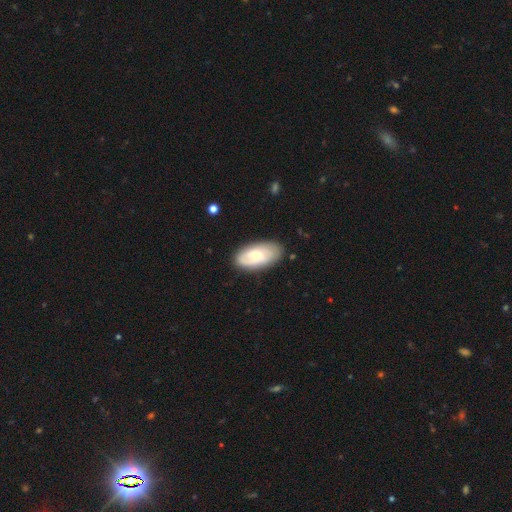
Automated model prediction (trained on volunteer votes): A smooth galaxy with no disk features (55%) that is in between round and cigar-shaped (93%). Merging: none (81%).